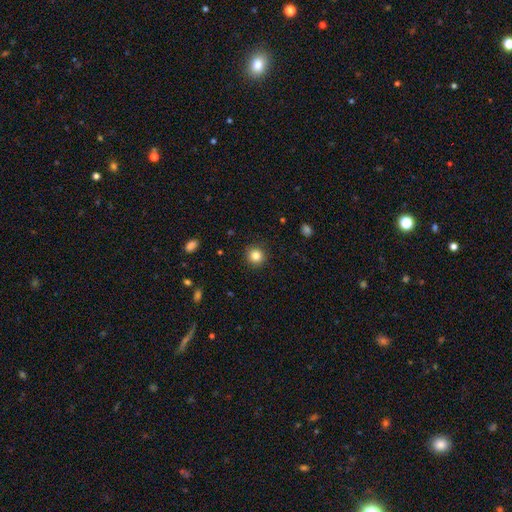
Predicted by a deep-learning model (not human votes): This appears to be a smooth galaxy with no disk features (84%) that is round (92%). Merging: none (91%).